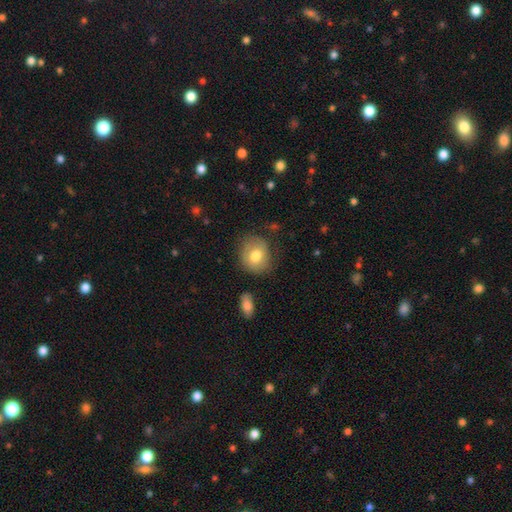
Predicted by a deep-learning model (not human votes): Morphology: type=smooth (73%); roundness=round (67%); merging=none (71%).